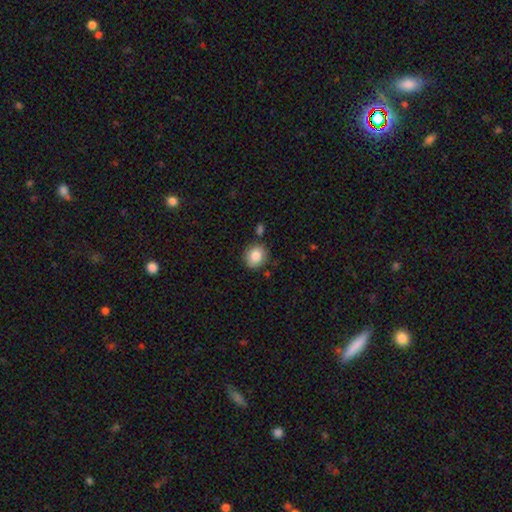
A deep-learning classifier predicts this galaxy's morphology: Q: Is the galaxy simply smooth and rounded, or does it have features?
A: smooth — 85%.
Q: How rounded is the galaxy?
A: round — 74%.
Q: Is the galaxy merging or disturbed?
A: none — 79%.